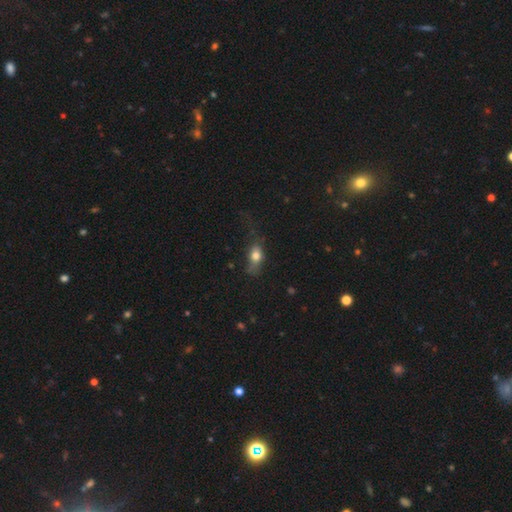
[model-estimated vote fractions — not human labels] smooth-or-featured: smooth: 73% | featured or disk: 17% | star or artifact: 9%
  how-rounded: in between: 77% | round: 12% | cigar-shaped: 11%
  merging: none: 44% | minor disturbance: 31% | major disturbance: 22% | merger: 3%